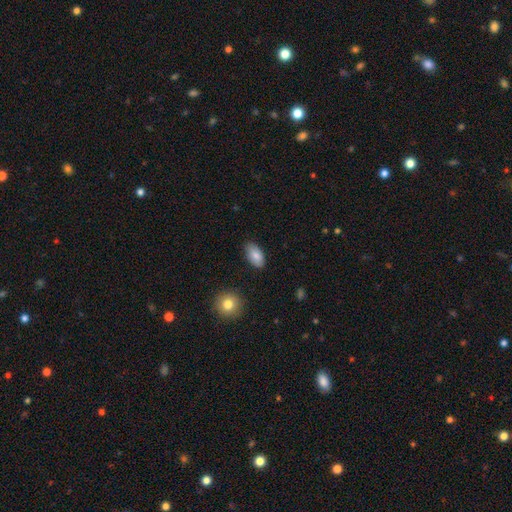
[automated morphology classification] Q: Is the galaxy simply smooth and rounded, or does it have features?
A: smooth — 83%.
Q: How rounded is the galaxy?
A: in between — 94%.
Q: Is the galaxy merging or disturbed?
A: none — 84%.